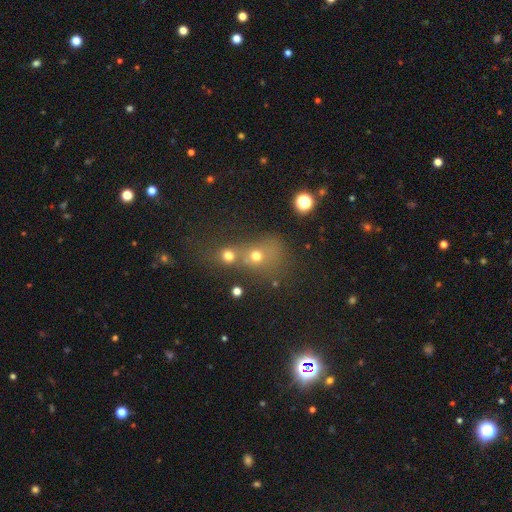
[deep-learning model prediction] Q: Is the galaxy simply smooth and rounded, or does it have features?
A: smooth — 64%.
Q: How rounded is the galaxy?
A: round — 74%.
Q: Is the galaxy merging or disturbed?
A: merger — 55%.